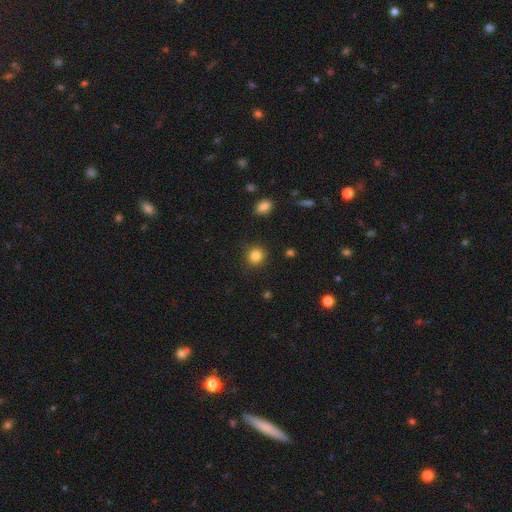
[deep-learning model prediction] Overall: smooth (84%). How rounded: round (89%). Merging: none (87%).